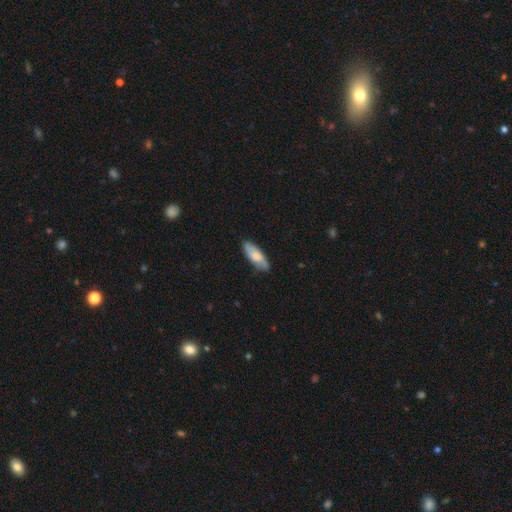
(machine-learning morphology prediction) This is possibly a smooth galaxy (56%). How rounded: likely in between (69%). Merging: likely none (78%).